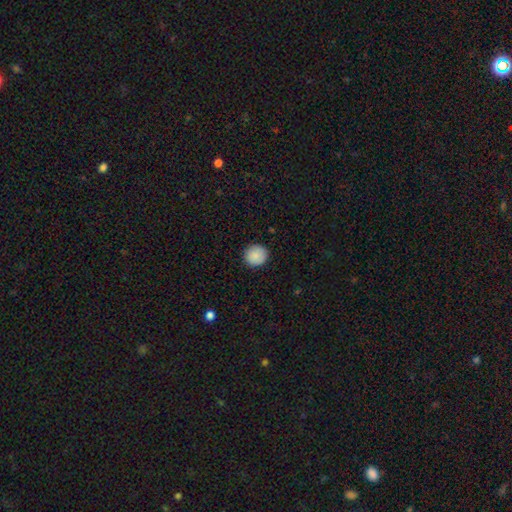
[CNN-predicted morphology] The model was most divided on "smooth or featured": smooth: 88%, star or artifact: 8%, featured or disk: 4%. More confident: how rounded — round (94%); merging — none (92%).